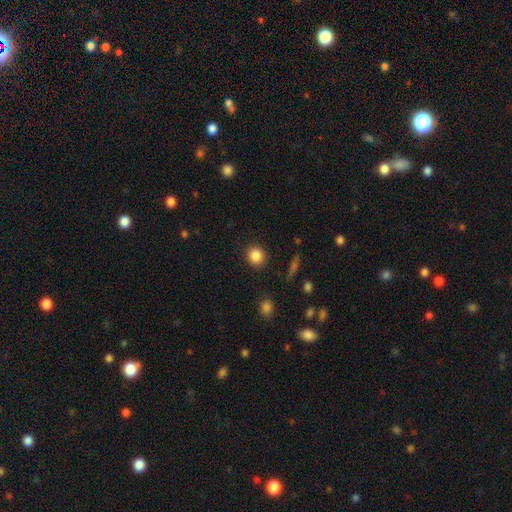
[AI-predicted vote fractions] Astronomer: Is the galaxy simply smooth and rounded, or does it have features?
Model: smooth — 85%.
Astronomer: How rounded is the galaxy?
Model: round — 87%.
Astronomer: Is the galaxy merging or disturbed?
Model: none — 90%.